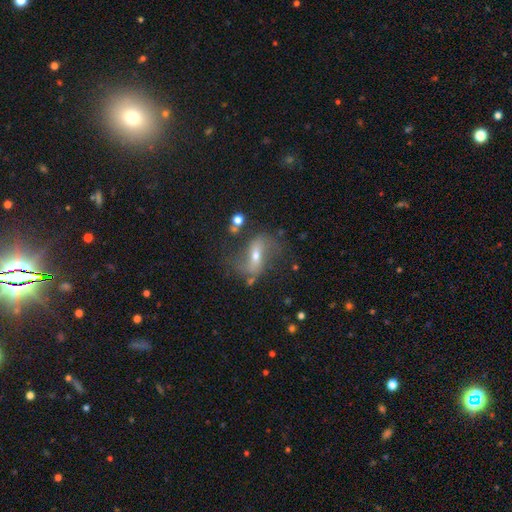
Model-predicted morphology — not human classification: This is likely a featured or disk galaxy (71%). It is clearly not viewed edge-on (90%). Bar: marginally strong (37%). Spiral arm pattern: clearly yes (84%). Spiral arm count: clearly 2 (88%). Spiral winding: likely loose (75%). Central bulge: possibly moderate (51%). Merging: likely none (60%).